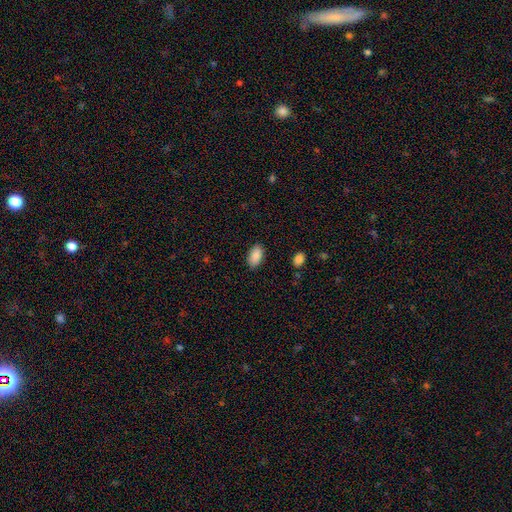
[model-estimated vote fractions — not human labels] Smooth or featured: smooth — 89% (star or artifact — 7%)
How rounded: in between — 94% (round — 3%)
Merging: none — 87% (minor disturbance — 10%)